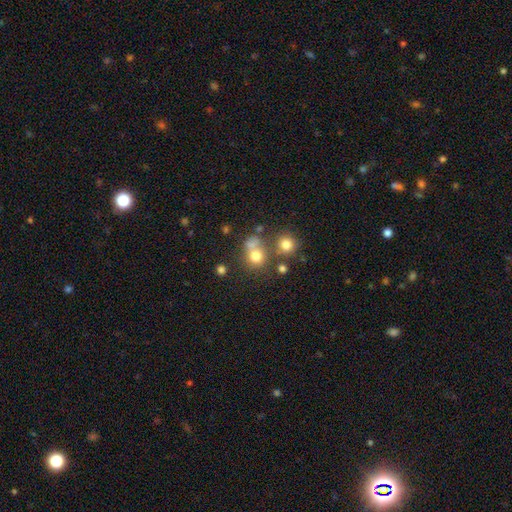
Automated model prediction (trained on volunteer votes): Morphology: type=smooth (73%); roundness=round (80%); merging=none (50%).